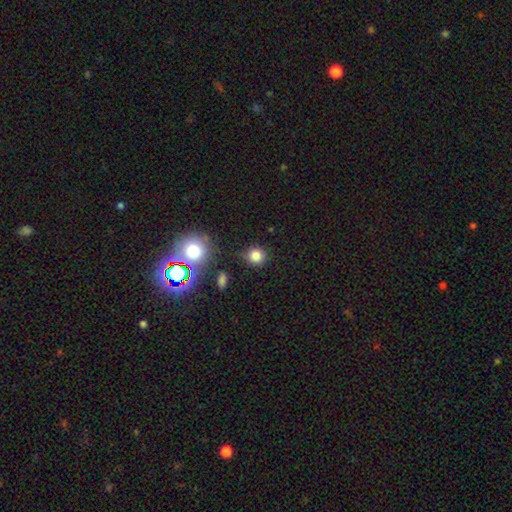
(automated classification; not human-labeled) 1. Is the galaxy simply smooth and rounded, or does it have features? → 81% smooth, 14% star or artifact, 5% featured or disk.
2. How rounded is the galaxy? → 88% round, 11% in between, 1% cigar-shaped.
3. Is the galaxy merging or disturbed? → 78% none, 14% minor disturbance, 4% major disturbance, 4% merger.